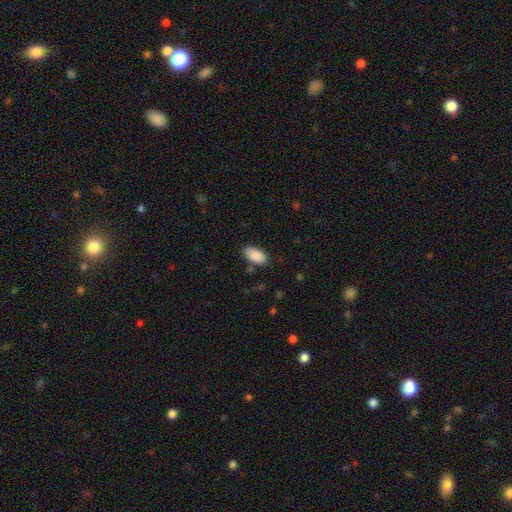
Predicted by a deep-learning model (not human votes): Smooth or featured: smooth — 90% (star or artifact — 7%)
How rounded: in between — 94% (cigar-shaped — 3%)
Merging: none — 80% (minor disturbance — 14%)